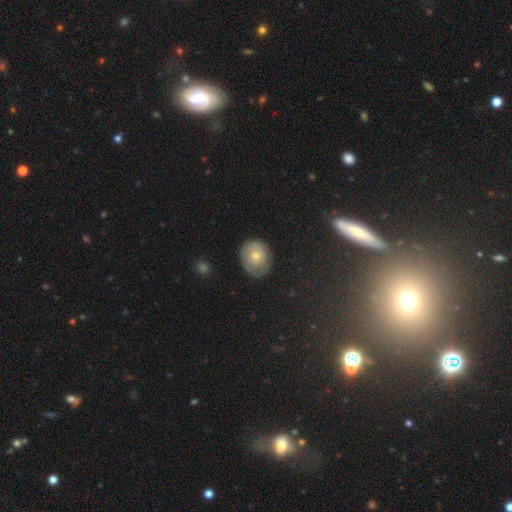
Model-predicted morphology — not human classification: This is likely a smooth galaxy (64%). How rounded: likely round (65%). Merging: likely none (71%).